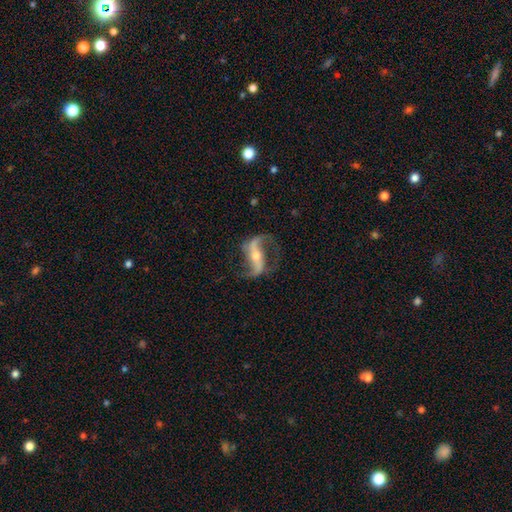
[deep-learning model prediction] Q: Smooth or featured?
A: featured or disk (89%); runner-up: smooth (6%)
Q: Edge-on disk?
A: no (94%); runner-up: yes (6%)
Q: Bar?
A: strong (60%); runner-up: weak (24%)
Q: Spiral arms?
A: yes (96%); runner-up: no (4%)
Q: Spiral winding?
A: loose (67%); runner-up: medium (27%)
Q: Spiral arm count?
A: 2 (92%); runner-up: 1 (3%)
Q: Bulge size?
A: small (52%); runner-up: moderate (42%)
Q: Merging?
A: none (73%); runner-up: minor disturbance (14%)